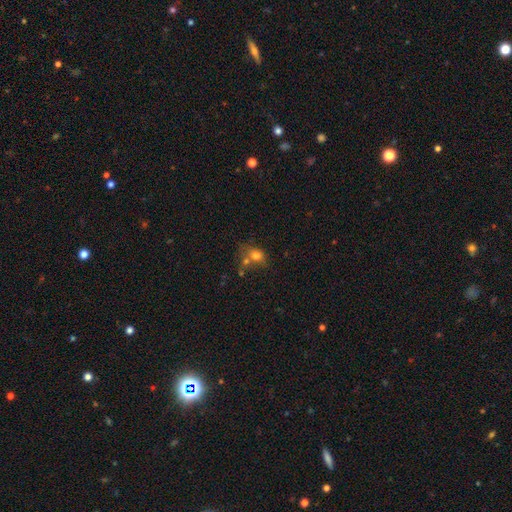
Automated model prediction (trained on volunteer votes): smooth 71%, featured or disk 15%, star or artifact 13%. Down the decision tree: how rounded — round (53%); merging — none (36%).